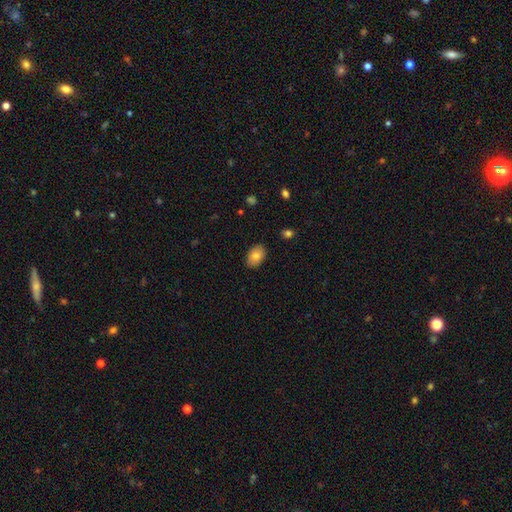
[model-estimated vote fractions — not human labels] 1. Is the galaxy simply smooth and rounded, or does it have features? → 80% smooth, 12% featured or disk, 7% star or artifact.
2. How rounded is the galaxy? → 88% in between, 11% round, 1% cigar-shaped.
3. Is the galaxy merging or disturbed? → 87% none, 10% minor disturbance, 2% major disturbance, 1% merger.